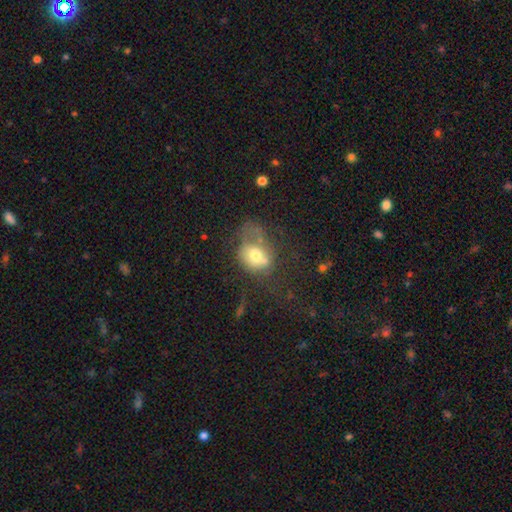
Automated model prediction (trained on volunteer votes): A smooth galaxy with no disk features (61%) that is in between round and cigar-shaped (57%).

Vote fractions:
- Smooth or featured? smooth: 61% / featured or disk: 28% / star or artifact: 11%
- How rounded? in between: 57% / round: 41% / cigar-shaped: 1%
- Merging? major disturbance: 39% / none: 27% / minor disturbance: 21% / merger: 12%